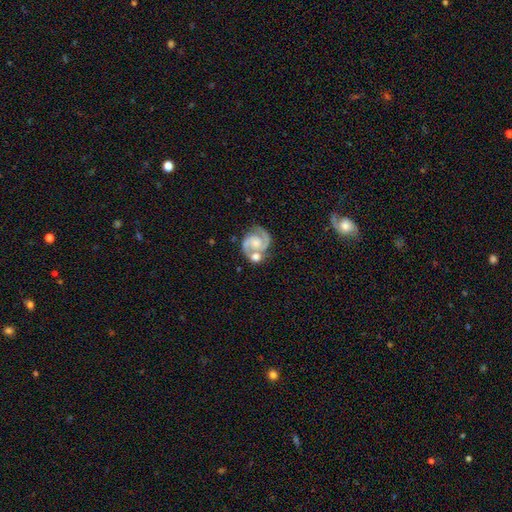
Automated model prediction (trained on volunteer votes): The model was most divided on "bulge size": moderate: 41%, small: 33%, none: 15%, large: 10%, dominant: 2%. More confident: edge-on disk — no (98%); spiral arms — yes (97%); spiral arm count — 2 (92%); smooth or featured — featured or disk (86%); bar — no (62%); merging — none (53%); spiral winding — medium (53%).